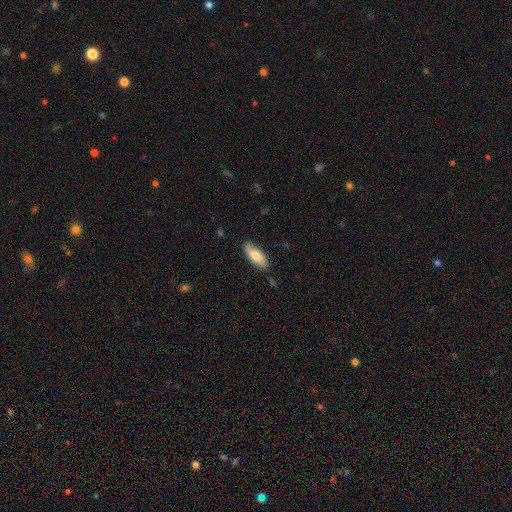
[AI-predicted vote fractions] Q: Smooth or featured?
A: smooth (75%); runner-up: featured or disk (19%)
Q: How rounded?
A: in between (77%); runner-up: cigar-shaped (21%)
Q: Merging?
A: none (81%); runner-up: minor disturbance (15%)